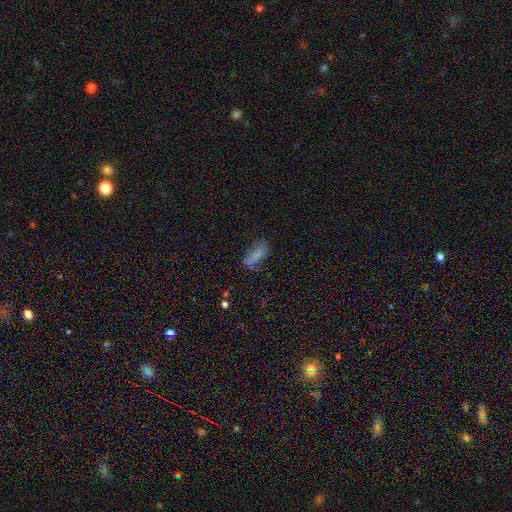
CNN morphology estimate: Overall: smooth (72%). How rounded: in between (67%; cigar-shaped 29%). Merging: none (57%; minor disturbance 27%).